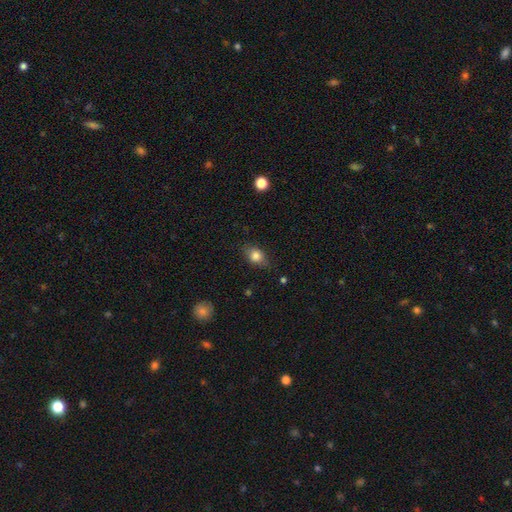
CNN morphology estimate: smooth_or_featured: smooth (p=0.80) [alt: featured or disk p=0.11]
how_rounded: in between (p=0.67) [alt: round p=0.30]
merging: none (p=0.76) [alt: minor disturbance p=0.18]